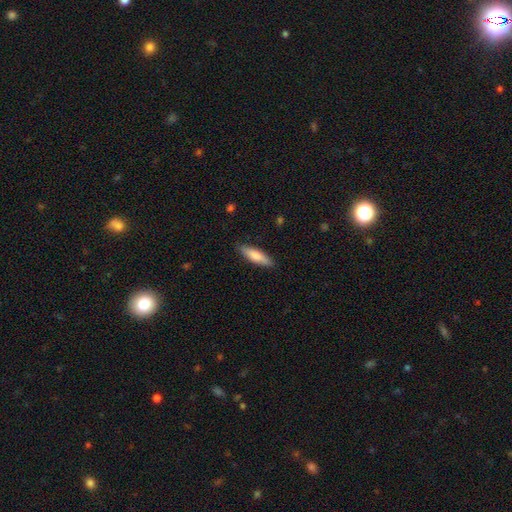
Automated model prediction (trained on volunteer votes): smooth 75%, featured or disk 19%, star or artifact 5%. Down the decision tree: how rounded — cigar-shaped (66%); merging — none (87%).